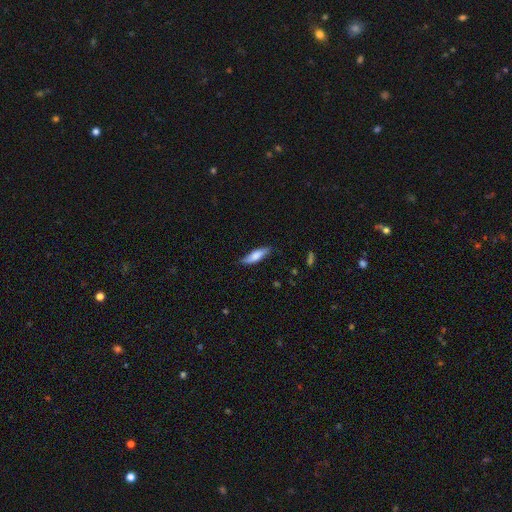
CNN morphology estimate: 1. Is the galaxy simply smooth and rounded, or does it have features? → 69% smooth, 24% featured or disk, 6% star or artifact.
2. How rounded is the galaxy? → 59% cigar-shaped, 39% in between, 2% round.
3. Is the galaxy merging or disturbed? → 75% none, 20% minor disturbance, 3% major disturbance, 1% merger.